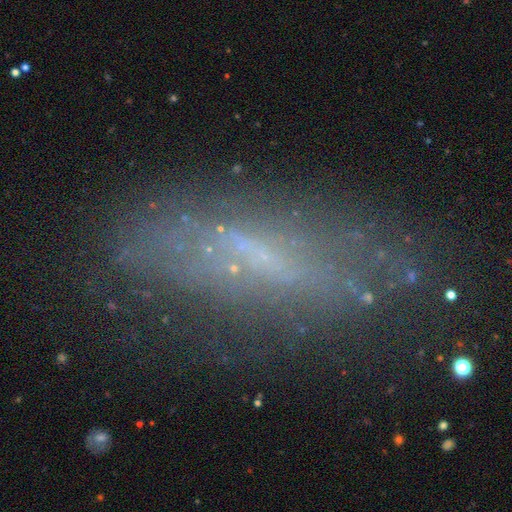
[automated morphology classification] smooth_or_featured: featured or disk (p=0.52) [alt: smooth p=0.32]
disk_edge_on: no (p=0.63) [alt: yes p=0.37]
merging: none (p=0.61) [alt: minor disturbance p=0.22]